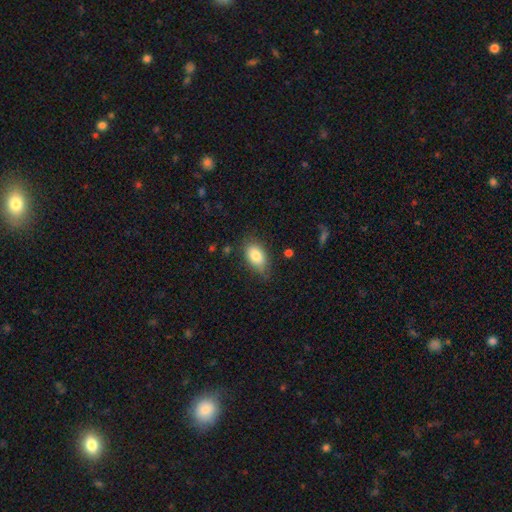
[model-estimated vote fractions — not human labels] smooth-or-featured: smooth: 83% | featured or disk: 10% | star or artifact: 8%
  how-rounded: in between: 90% | round: 8% | cigar-shaped: 2%
  merging: none: 72% | minor disturbance: 22% | major disturbance: 5% | merger: 2%